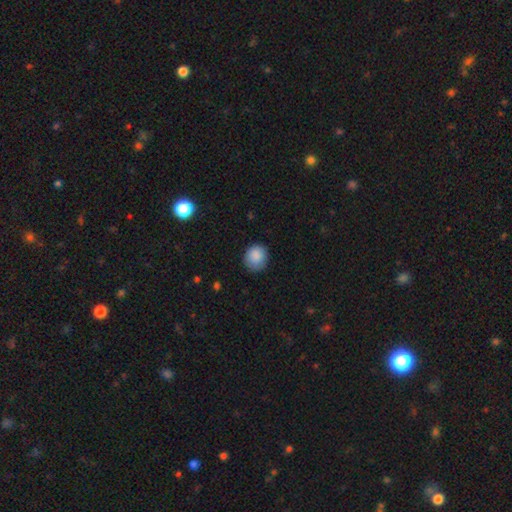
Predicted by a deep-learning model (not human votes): A smooth galaxy with no disk features (88%) that is round (82%).

Vote fractions:
- Smooth or featured? smooth: 88% / star or artifact: 8% / featured or disk: 4%
- How rounded? round: 82% / in between: 18% / cigar-shaped: 1%
- Merging? none: 82% / minor disturbance: 14% / major disturbance: 3% / merger: 1%